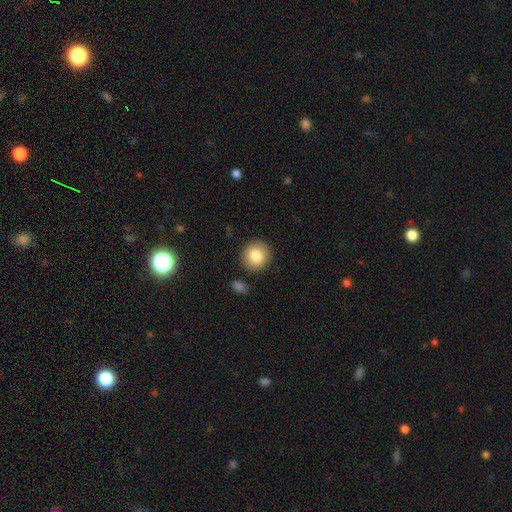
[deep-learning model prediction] This is clearly a smooth galaxy (82%). How rounded: clearly round (91%). Merging: clearly none (88%).